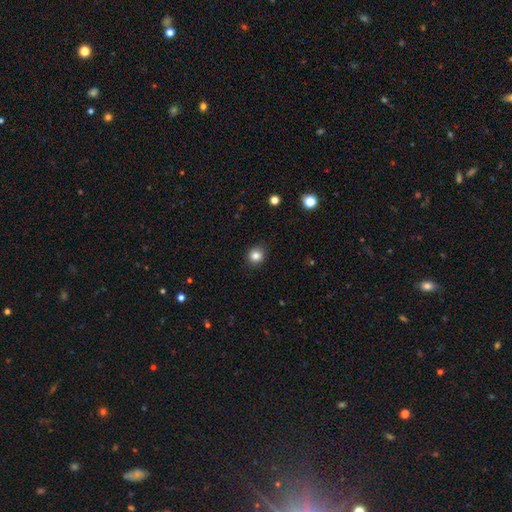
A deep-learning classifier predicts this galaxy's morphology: Q: Smooth or featured?
A: smooth (84%); runner-up: star or artifact (12%)
Q: How rounded?
A: round (88%); runner-up: in between (11%)
Q: Merging?
A: none (89%); runner-up: minor disturbance (8%)